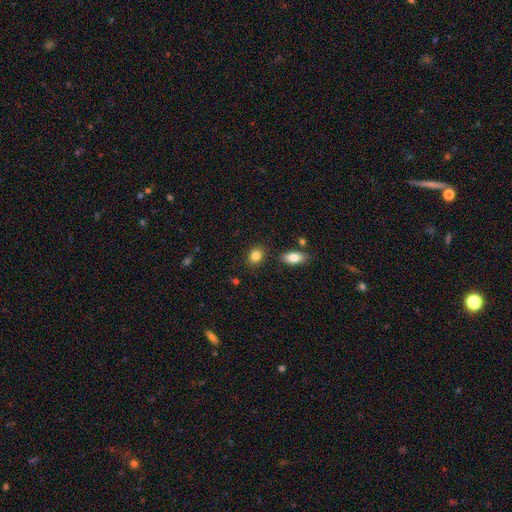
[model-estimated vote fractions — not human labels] This is clearly a smooth galaxy (85%). How rounded: possibly in between (51%). Merging: clearly none (83%).